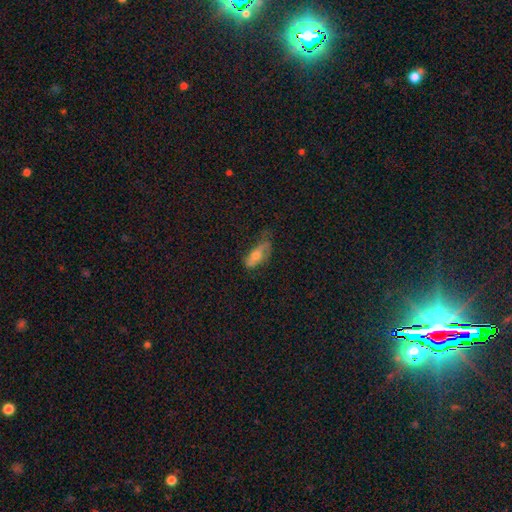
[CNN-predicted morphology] smooth_or_featured: smooth (p=0.58) [alt: featured or disk p=0.33]
how_rounded: in between (p=0.74) [alt: cigar-shaped p=0.22]
merging: none (p=0.46) [alt: minor disturbance p=0.34]